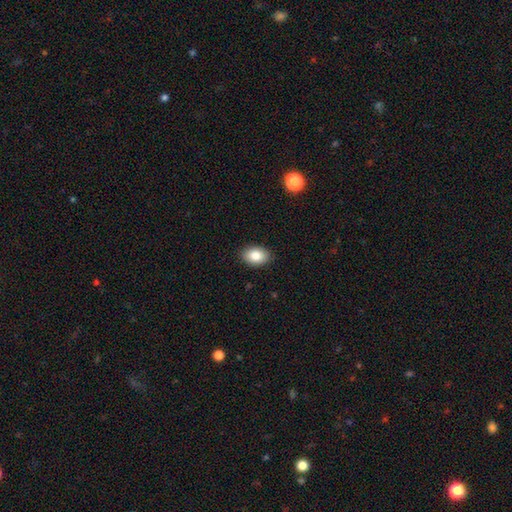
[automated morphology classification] smooth_or_featured: smooth (p=0.85) [alt: star or artifact p=0.08]
how_rounded: in between (p=0.84) [alt: round p=0.15]
merging: none (p=0.89) [alt: minor disturbance p=0.09]